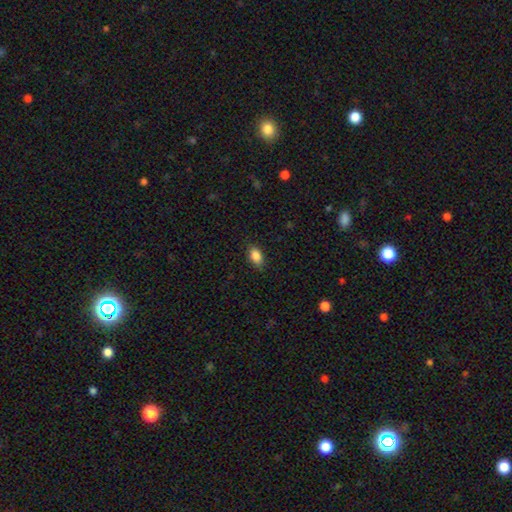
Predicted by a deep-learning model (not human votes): Smooth or featured? smooth (88%)
How rounded? in between (89%)
Merging? none (86%)